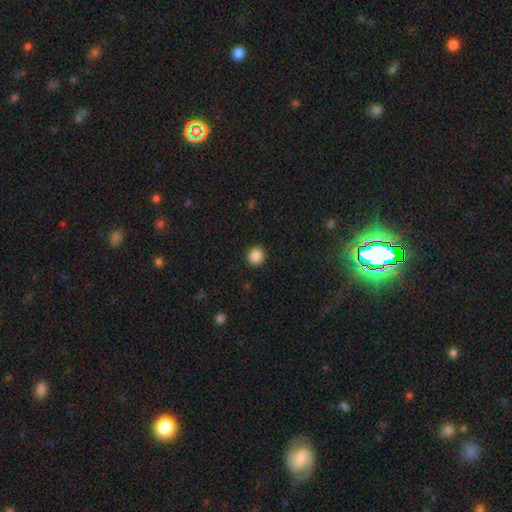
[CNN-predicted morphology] Smooth or featured: smooth — 87% (star or artifact — 10%)
How rounded: round — 88% (in between — 11%)
Merging: none — 92% (minor disturbance — 5%)